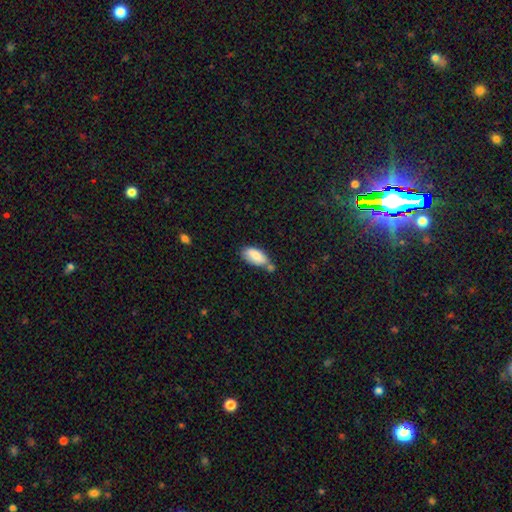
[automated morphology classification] The model was most divided on "merging": none: 51%, minor disturbance: 22%, merger: 21%, major disturbance: 5%. More confident: how rounded — in between (90%); smooth or featured — smooth (83%).